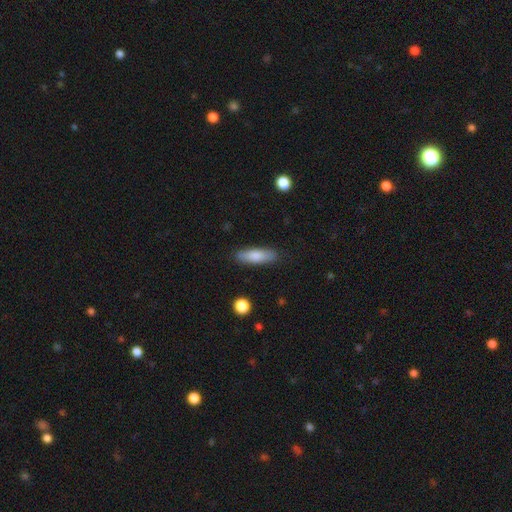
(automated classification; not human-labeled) smooth-or-featured: smooth: 80% | featured or disk: 14% | star or artifact: 6%
  how-rounded: cigar-shaped: 50% | in between: 47% | round: 2%
  merging: none: 86% | minor disturbance: 11% | major disturbance: 2% | merger: 1%